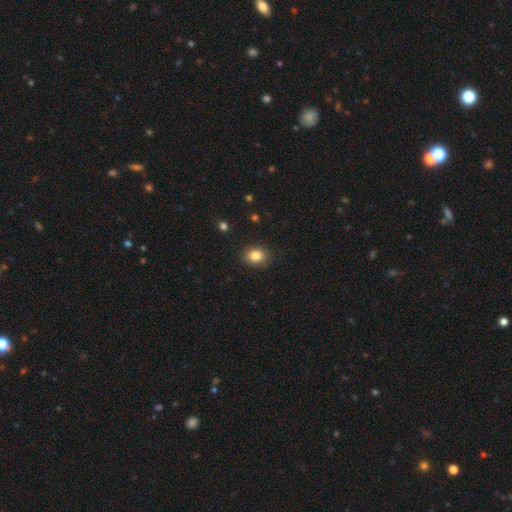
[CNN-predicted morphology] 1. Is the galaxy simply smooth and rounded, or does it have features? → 84% smooth, 10% star or artifact, 6% featured or disk.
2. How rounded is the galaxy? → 51% in between, 48% round, 1% cigar-shaped.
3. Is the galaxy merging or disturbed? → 87% none, 10% minor disturbance, 2% major disturbance, 1% merger.